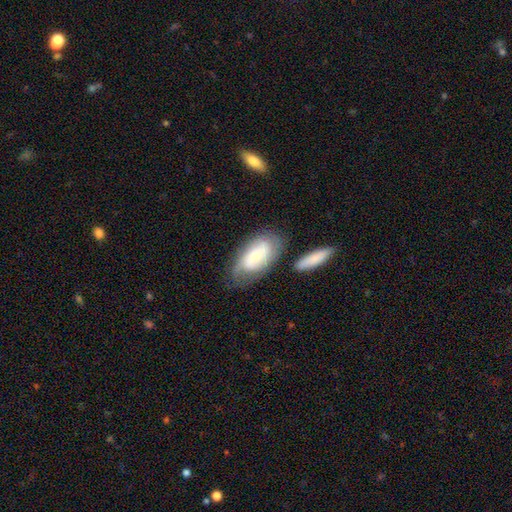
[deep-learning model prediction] Smooth or featured? Predicted: smooth (p=0.48). Merging? Predicted: none (p=0.61).